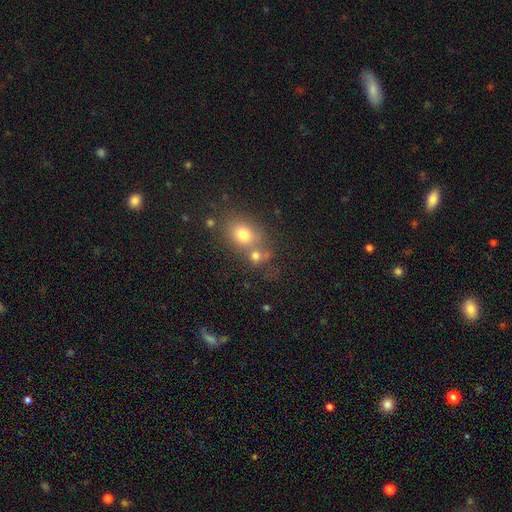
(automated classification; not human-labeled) smooth_or_featured: smooth (p=0.71) [alt: star or artifact p=0.15]
how_rounded: round (p=0.64) [alt: in between p=0.35]
merging: none (p=0.43) [alt: merger p=0.41]